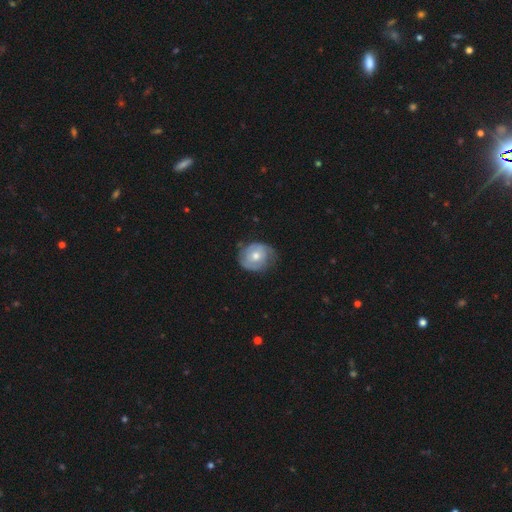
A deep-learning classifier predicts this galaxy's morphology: Smooth or featured?
  - featured or disk: 66% *
  - smooth: 27%
  - star or artifact: 6%
Edge-on disk?
  - no: 97% *
  - yes: 3%
Bar?
  - no: 76% *
  - weak: 20%
  - strong: 4%
Spiral arms?
  - yes: 83% *
  - no: 17%
Spiral winding?
  - tight: 63% *
  - medium: 27%
  - loose: 10%
Spiral arm count?
  - 2: 49% *
  - can't tell: 29%
  - 3: 11%
  - 1: 5%
  - 4: 3%
  - more than 4: 3%
Bulge size?
  - moderate: 71% *
  - small: 24%
  - large: 4%
  - none: 1%
  - dominant: 1%
Merging?
  - none: 68% *
  - minor disturbance: 23%
  - major disturbance: 7%
  - merger: 1%